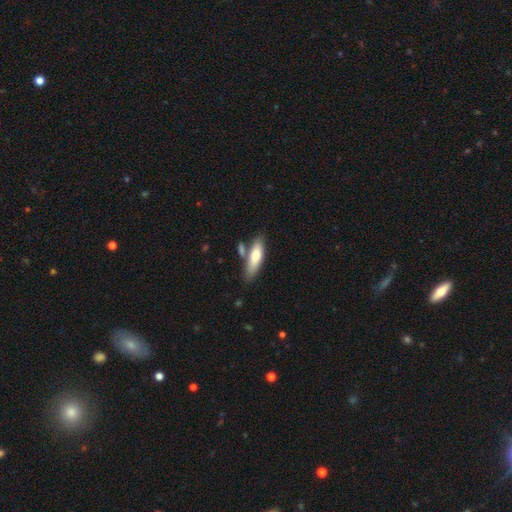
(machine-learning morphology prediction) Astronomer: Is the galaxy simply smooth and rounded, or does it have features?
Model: smooth — 69%.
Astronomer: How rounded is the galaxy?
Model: cigar-shaped — 49%, tied with in between at 49%.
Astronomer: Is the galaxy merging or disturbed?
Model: none — 67%.